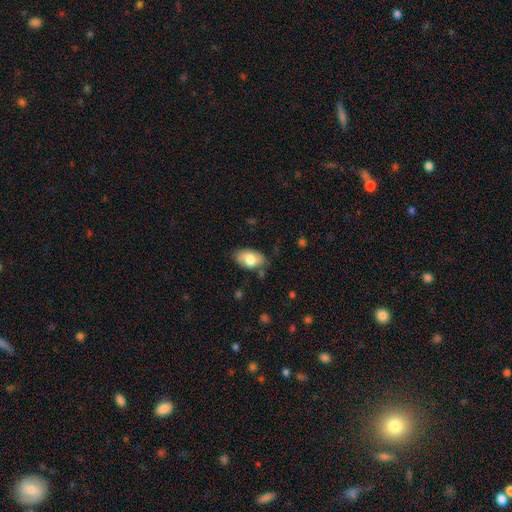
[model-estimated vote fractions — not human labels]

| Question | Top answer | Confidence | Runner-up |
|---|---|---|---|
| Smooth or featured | smooth | 69% | featured or disk (24%) |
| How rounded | in between | 91% | round (7%) |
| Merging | none | 68% | minor disturbance (24%) |